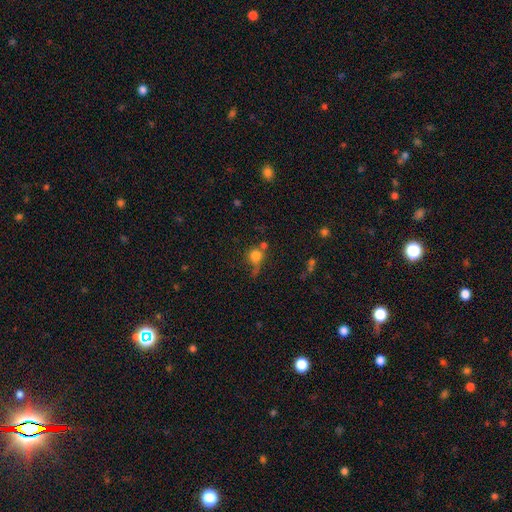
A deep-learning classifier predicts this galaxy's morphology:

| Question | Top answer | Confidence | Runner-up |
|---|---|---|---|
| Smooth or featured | smooth | 73% | star or artifact (14%) |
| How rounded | round | 86% | in between (12%) |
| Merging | none | 43% | merger (20%) |